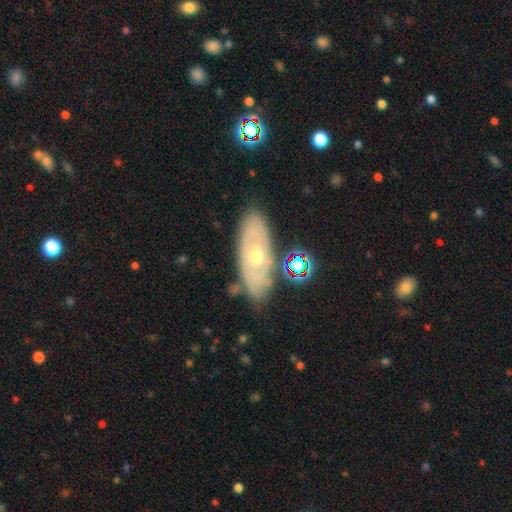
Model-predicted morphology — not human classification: This is likely a featured or disk galaxy (63%). It is clearly not viewed edge-on (81%). Bar: clearly no (86%). Spiral arm pattern: likely no (64%). Central bulge: likely moderate (70%). Merging: likely none (78%).